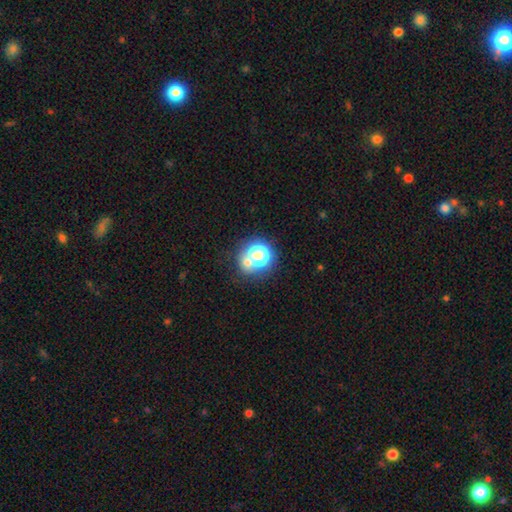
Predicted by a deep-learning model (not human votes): This is possibly a smooth galaxy (56%). How rounded: clearly round (83%). Merging: possibly none (57%).